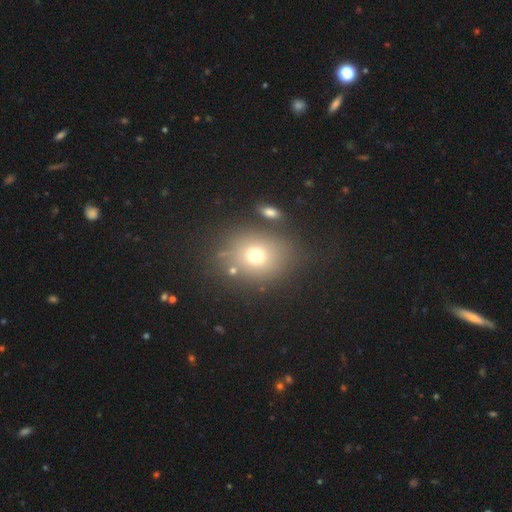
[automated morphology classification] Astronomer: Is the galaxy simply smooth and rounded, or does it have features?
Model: smooth — 69%.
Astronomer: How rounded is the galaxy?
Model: round — 65%.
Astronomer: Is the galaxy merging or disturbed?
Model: none — 75%.